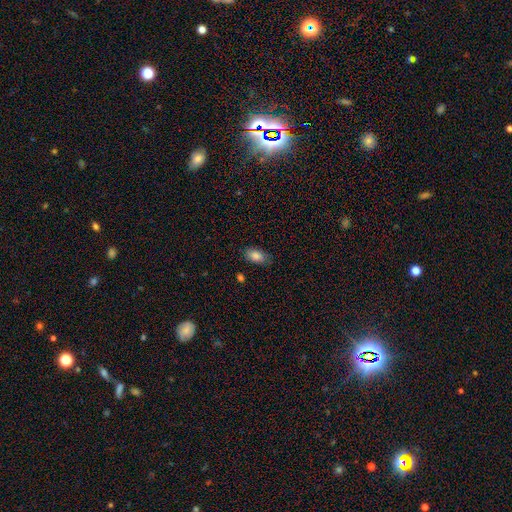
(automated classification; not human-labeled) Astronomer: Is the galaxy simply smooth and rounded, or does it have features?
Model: smooth — 85%.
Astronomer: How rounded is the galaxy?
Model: in between — 92%.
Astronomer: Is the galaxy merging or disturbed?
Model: none — 80%.